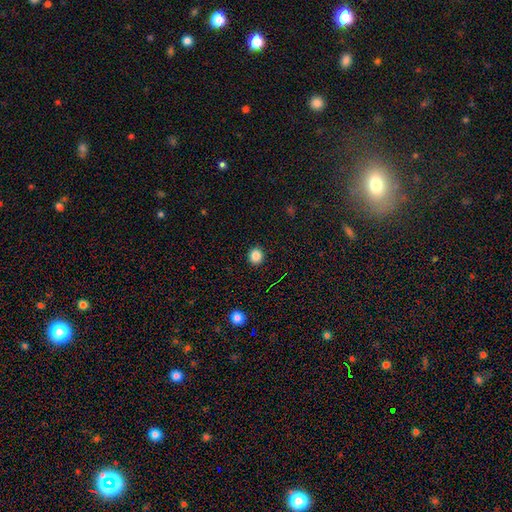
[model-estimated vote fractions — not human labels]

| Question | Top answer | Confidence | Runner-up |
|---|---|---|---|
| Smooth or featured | smooth | 85% | star or artifact (12%) |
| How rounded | round | 89% | in between (10%) |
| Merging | none | 93% | minor disturbance (5%) |